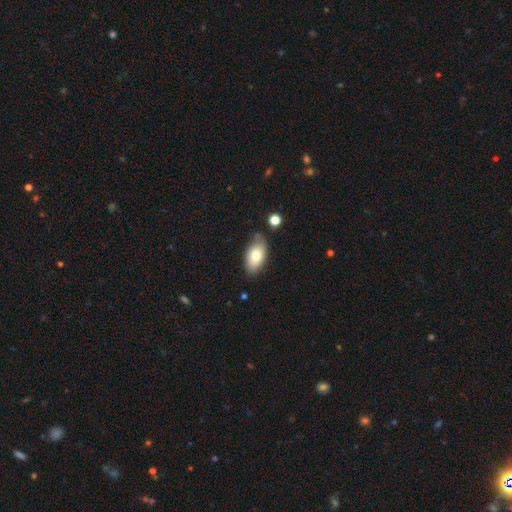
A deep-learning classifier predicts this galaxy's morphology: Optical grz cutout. It shows a smooth galaxy with no disk features (77%) that is in between round and cigar-shaped (94%). Merging: none (71%).